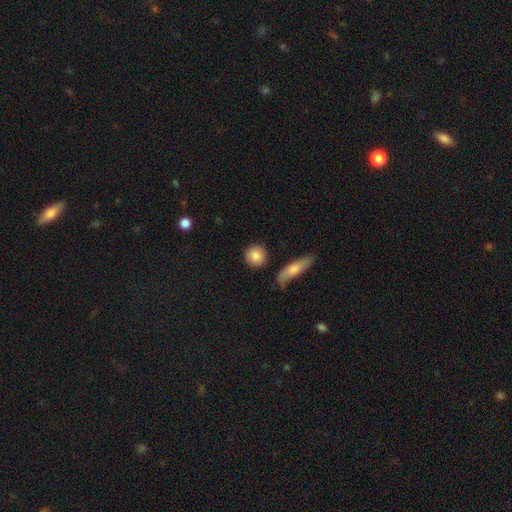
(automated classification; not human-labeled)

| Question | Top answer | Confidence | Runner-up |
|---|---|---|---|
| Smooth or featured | smooth | 86% | featured or disk (8%) |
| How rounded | round | 86% | in between (11%) |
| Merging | none | 85% | minor disturbance (9%) |